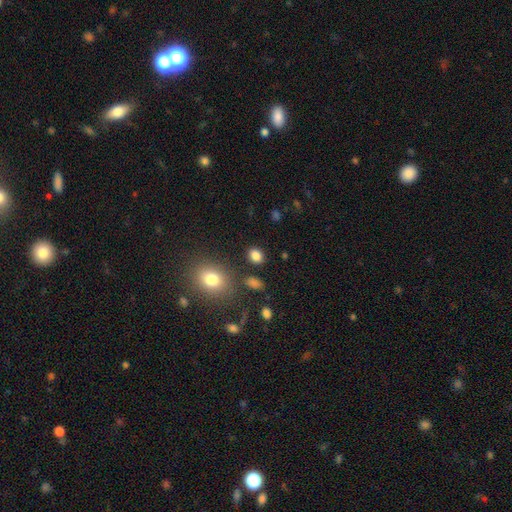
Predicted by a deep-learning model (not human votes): Q: Smooth or featured?
A: smooth (84%); runner-up: star or artifact (11%)
Q: How rounded?
A: in between (59%); runner-up: round (39%)
Q: Merging?
A: none (85%); runner-up: minor disturbance (9%)